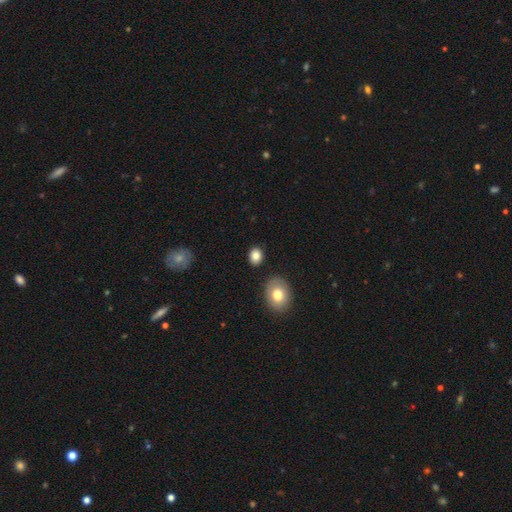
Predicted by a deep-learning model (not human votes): Smooth or featured: smooth — 84% (star or artifact — 9%)
How rounded: in between — 50% (round — 49%)
Merging: none — 85% (minor disturbance — 9%)